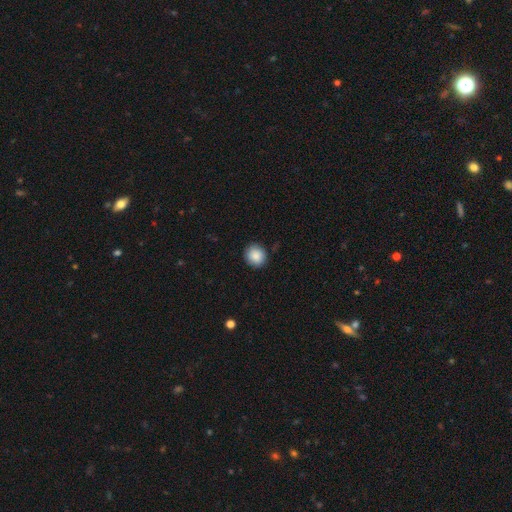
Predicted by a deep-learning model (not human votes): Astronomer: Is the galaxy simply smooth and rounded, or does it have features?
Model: smooth — 87%.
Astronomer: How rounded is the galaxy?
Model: round — 88%.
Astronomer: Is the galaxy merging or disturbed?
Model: none — 88%.